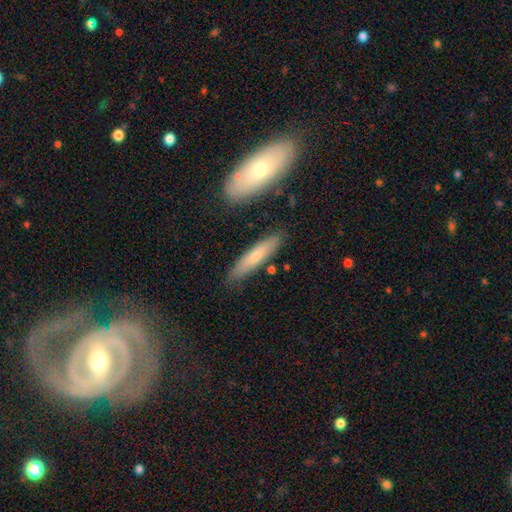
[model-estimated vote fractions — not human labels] smooth 68%, featured or disk 26%, star or artifact 6%. Down the decision tree: how rounded — cigar-shaped (78%); merging — none (81%).